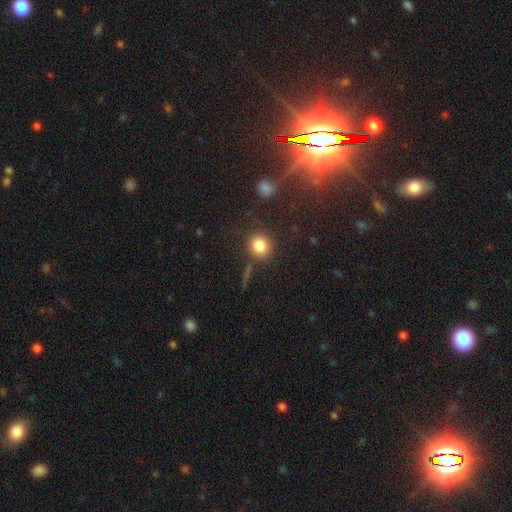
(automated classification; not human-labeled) smooth_or_featured: star or artifact (p=0.66) [alt: smooth p=0.22]